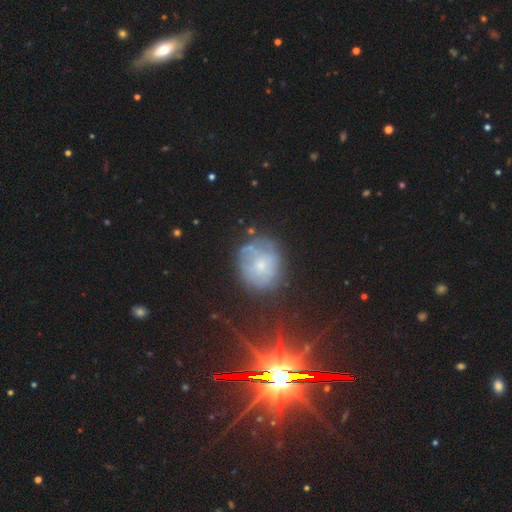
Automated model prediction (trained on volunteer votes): This is marginally a smooth galaxy (43%). Merging: likely none (65%).